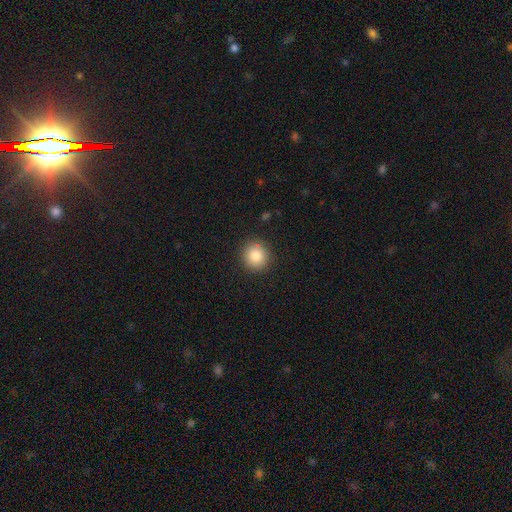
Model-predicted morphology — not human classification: This is clearly a smooth galaxy (84%). How rounded: clearly round (91%). Merging: clearly none (90%).